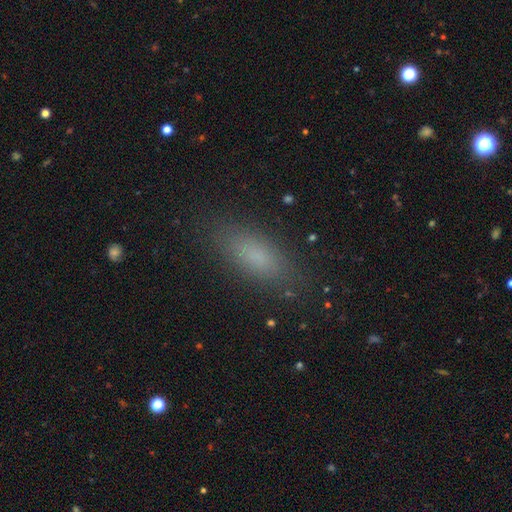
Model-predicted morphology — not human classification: smooth-or-featured: smooth: 80% | star or artifact: 12% | featured or disk: 9%
  how-rounded: in between: 72% | cigar-shaped: 24% | round: 4%
  merging: none: 86% | minor disturbance: 10% | major disturbance: 3% | merger: 1%